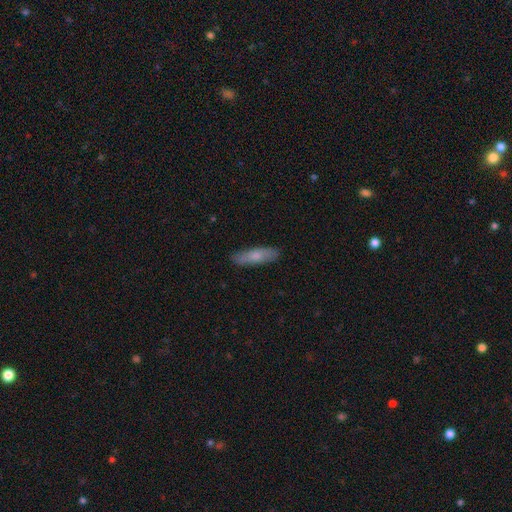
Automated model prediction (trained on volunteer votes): smooth 72%, featured or disk 22%, star or artifact 6%. Down the decision tree: how rounded — cigar-shaped (68%); merging — none (87%).